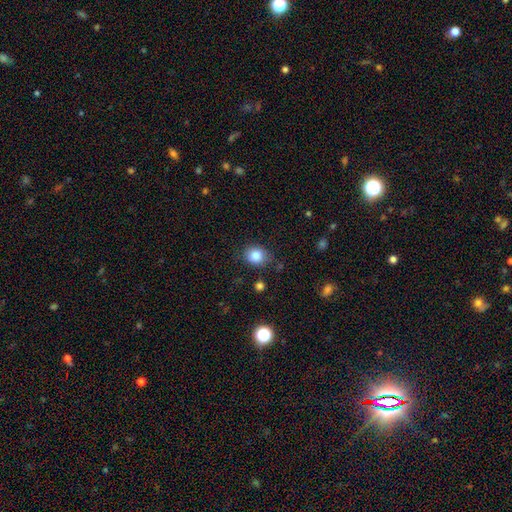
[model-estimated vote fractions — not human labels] This is clearly a smooth galaxy (83%). How rounded: likely round (67%). Merging: likely none (78%).